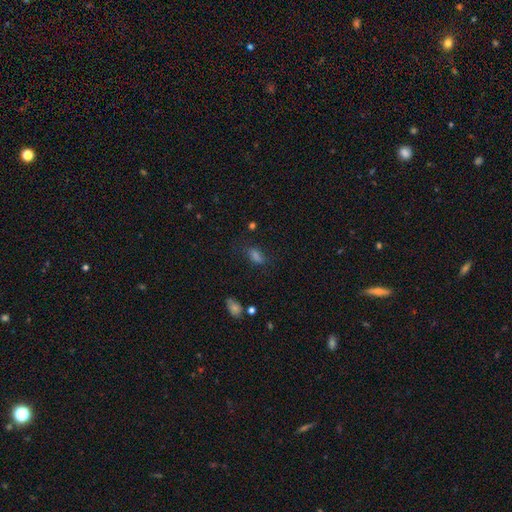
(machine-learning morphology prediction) Q: Smooth or featured?
A: smooth (65%); runner-up: star or artifact (25%)
Q: How rounded?
A: in between (81%); runner-up: round (11%)
Q: Merging?
A: none (66%); runner-up: minor disturbance (19%)